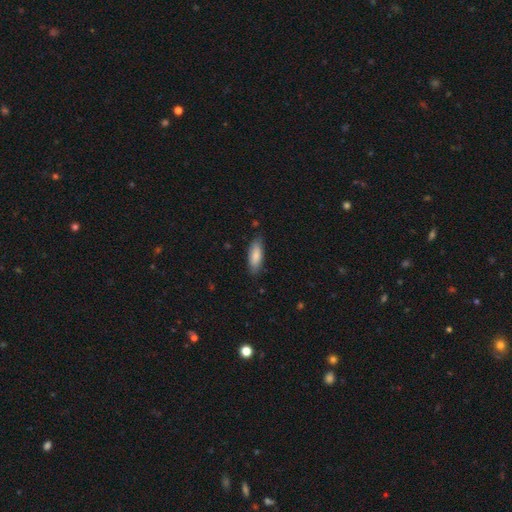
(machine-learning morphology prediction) Smooth or featured?
  - smooth: 85% *
  - featured or disk: 9%
  - star or artifact: 6%
How rounded?
  - in between: 65% *
  - cigar-shaped: 33%
  - round: 2%
Merging?
  - none: 82% *
  - minor disturbance: 14%
  - major disturbance: 2%
  - merger: 1%